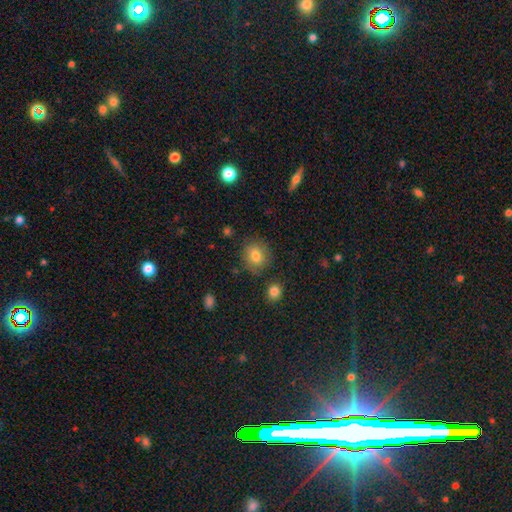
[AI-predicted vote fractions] smooth_or_featured: smooth (p=0.79) [alt: star or artifact p=0.11]
how_rounded: round (p=0.74) [alt: in between p=0.25]
merging: none (p=0.82) [alt: minor disturbance p=0.11]